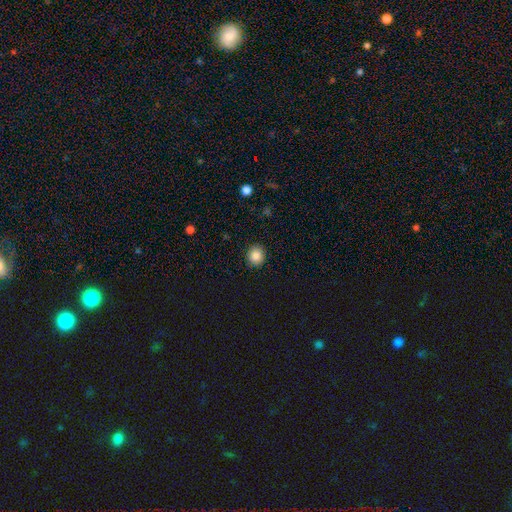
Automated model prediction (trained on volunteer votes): This is clearly a smooth galaxy (85%). How rounded: clearly round (86%). Merging: clearly none (91%).